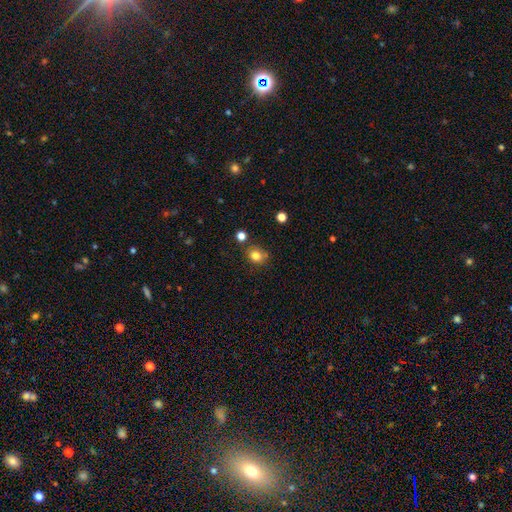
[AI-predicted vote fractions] Smooth or featured? Predicted: smooth (p=0.80). How rounded? Predicted: round (p=0.64). Merging? Predicted: none (p=0.73).